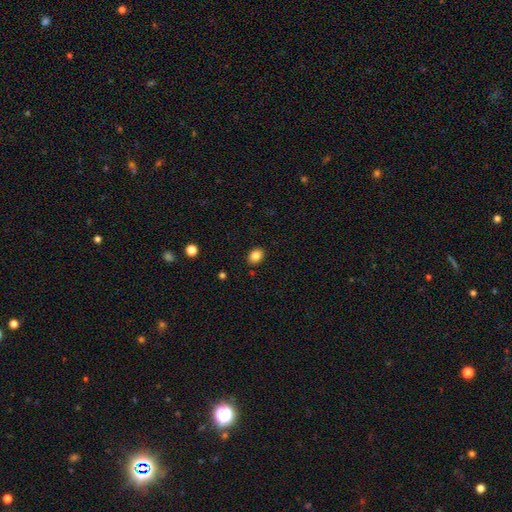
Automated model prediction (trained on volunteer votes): smooth-or-featured: smooth: 84% | star or artifact: 10% | featured or disk: 6%
  how-rounded: in between: 60% | round: 39% | cigar-shaped: 1%
  merging: none: 88% | minor disturbance: 8% | major disturbance: 2% | merger: 1%